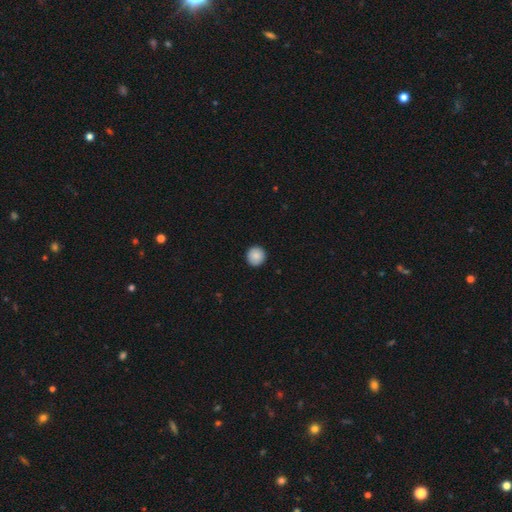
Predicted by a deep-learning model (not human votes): Q: Smooth or featured?
A: smooth (87%); runner-up: star or artifact (8%)
Q: How rounded?
A: round (95%); runner-up: in between (4%)
Q: Merging?
A: none (93%); runner-up: minor disturbance (5%)